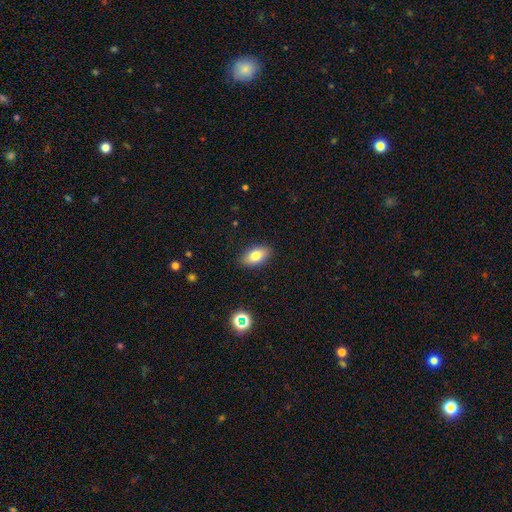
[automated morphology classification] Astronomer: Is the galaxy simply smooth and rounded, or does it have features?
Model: smooth — 78%.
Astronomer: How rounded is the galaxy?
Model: in between — 90%.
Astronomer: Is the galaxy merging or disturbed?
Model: none — 88%.